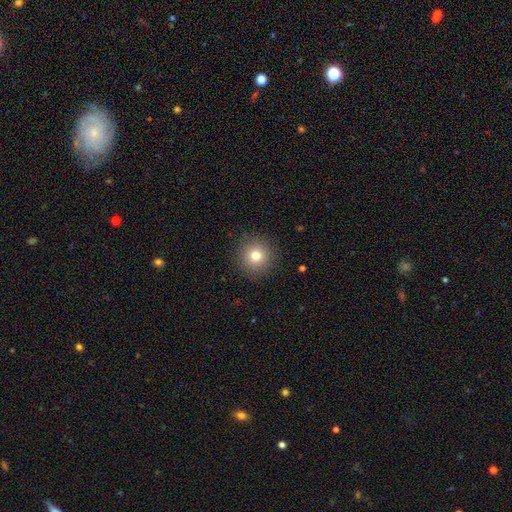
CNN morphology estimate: This appears to be a smooth galaxy with no disk features (78%) that is round (95%). Merging: none (91%).